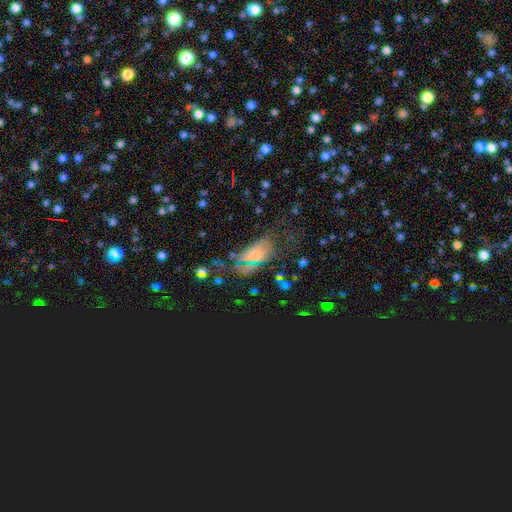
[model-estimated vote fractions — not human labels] Q: Smooth or featured?
A: smooth (51%); runner-up: featured or disk (25%)
Q: How rounded?
A: in between (86%); runner-up: round (8%)
Q: Merging?
A: none (37%); runner-up: major disturbance (31%)